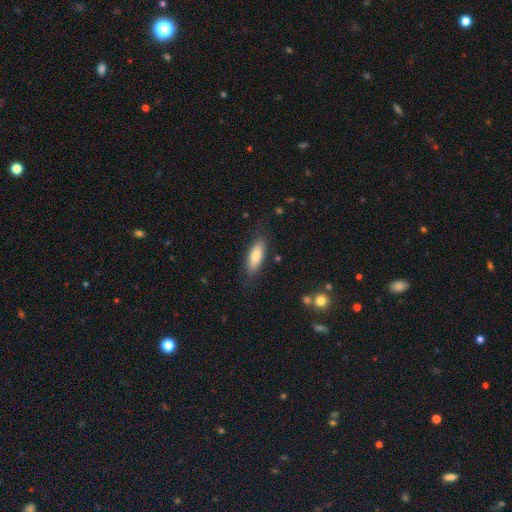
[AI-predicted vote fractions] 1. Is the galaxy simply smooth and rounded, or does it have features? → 74% smooth, 20% featured or disk, 7% star or artifact.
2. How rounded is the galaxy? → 62% in between, 36% cigar-shaped, 2% round.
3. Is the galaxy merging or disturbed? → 83% none, 13% minor disturbance, 3% major disturbance, 2% merger.